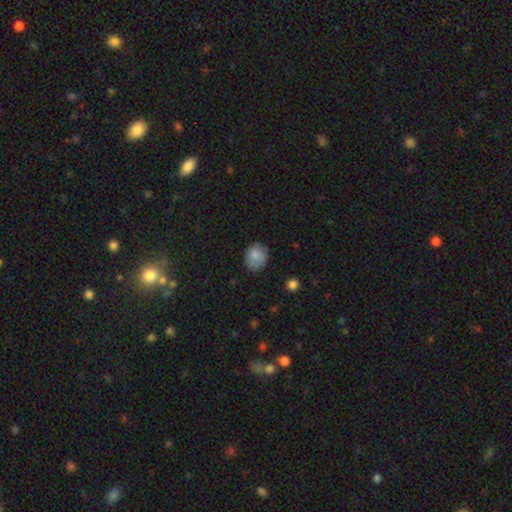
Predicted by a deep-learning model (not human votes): smooth_or_featured: smooth (p=0.86) [alt: star or artifact p=0.08]
how_rounded: round (p=0.63) [alt: in between p=0.36]
merging: none (p=0.78) [alt: minor disturbance p=0.17]